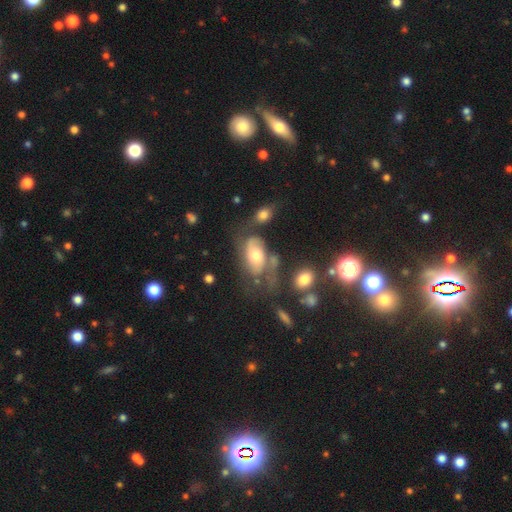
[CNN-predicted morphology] featured or disk 62%, smooth 28%, star or artifact 10%. Down the decision tree: edge-on disk — no (94%); bar — no (70%); spiral arms — yes (81%); bulge size — moderate (63%); merging — none (40%).